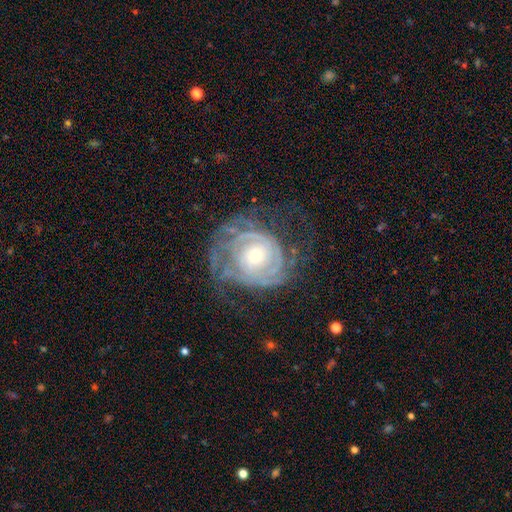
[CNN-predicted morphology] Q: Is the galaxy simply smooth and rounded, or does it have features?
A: featured or disk — 84%.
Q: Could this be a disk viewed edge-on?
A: no — 97%.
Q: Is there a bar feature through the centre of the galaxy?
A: no — 78%.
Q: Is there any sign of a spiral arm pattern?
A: yes — 91%.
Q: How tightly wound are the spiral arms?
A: tight — 70%.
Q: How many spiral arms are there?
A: can't tell — 41%.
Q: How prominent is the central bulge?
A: small — 59%.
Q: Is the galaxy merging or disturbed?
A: none — 53%.